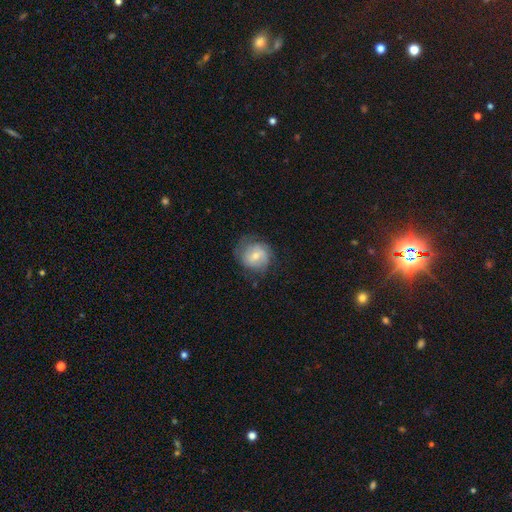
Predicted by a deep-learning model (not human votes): Q: Smooth or featured?
A: smooth (54%); runner-up: featured or disk (39%)
Q: How rounded?
A: round (82%); runner-up: in between (17%)
Q: Merging?
A: none (63%); runner-up: minor disturbance (24%)